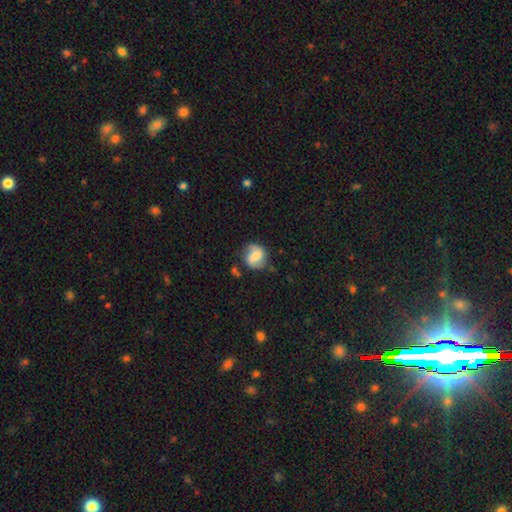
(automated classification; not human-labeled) Morphology: type=featured or disk (51%); edge-on=no (97%); merging=none (68%).